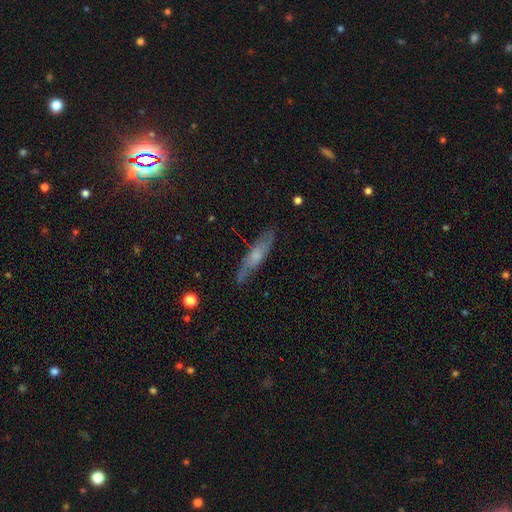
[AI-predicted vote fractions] A featured or disk galaxy (52%) viewed edge-on (60%).

Vote fractions:
- Smooth or featured? featured or disk: 52% / smooth: 40% / star or artifact: 8%
- Edge-on disk? yes: 60% / no: 40%
- Merging? none: 78% / minor disturbance: 17% / major disturbance: 4% / merger: 2%